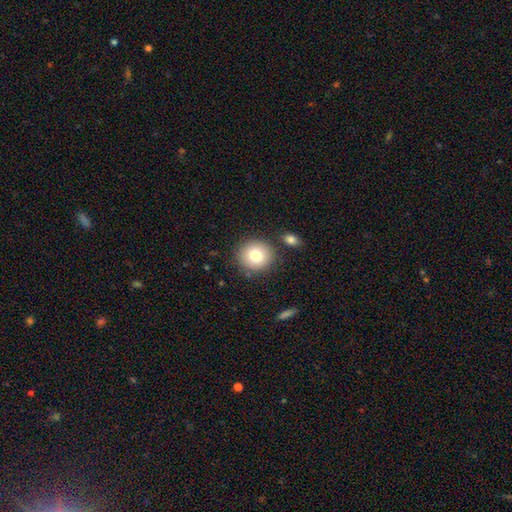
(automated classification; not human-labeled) Smooth or featured?
  - smooth: 78% *
  - featured or disk: 12%
  - star or artifact: 10%
How rounded?
  - round: 88% *
  - in between: 11%
  - cigar-shaped: 1%
Merging?
  - none: 83% *
  - minor disturbance: 9%
  - merger: 6%
  - major disturbance: 3%